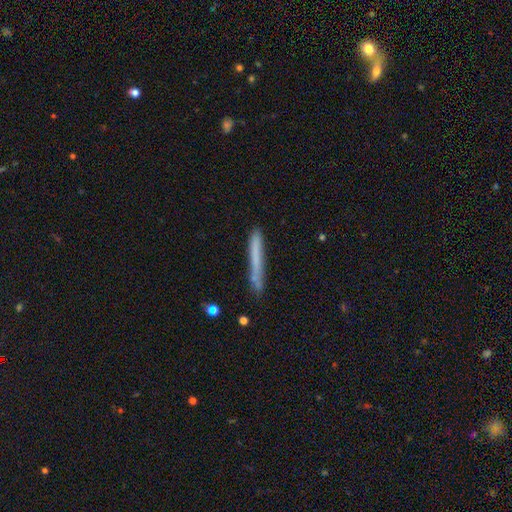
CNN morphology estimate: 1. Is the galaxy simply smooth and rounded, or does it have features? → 65% smooth, 28% featured or disk, 7% star or artifact.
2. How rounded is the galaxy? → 97% cigar-shaped, 2% in between, 1% round.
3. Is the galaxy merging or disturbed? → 83% none, 13% minor disturbance, 2% major disturbance, 2% merger.